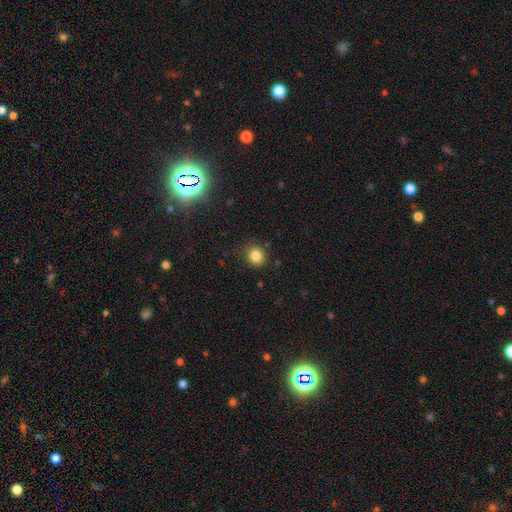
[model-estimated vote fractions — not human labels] Smooth or featured? Predicted: smooth (p=0.84). How rounded? Predicted: round (p=0.80). Merging? Predicted: none (p=0.82).